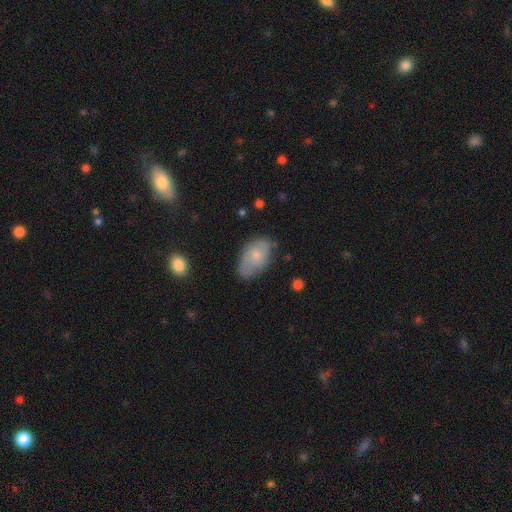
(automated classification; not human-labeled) smooth-or-featured: smooth: 58% | featured or disk: 35% | star or artifact: 7%
  how-rounded: in between: 91% | round: 7% | cigar-shaped: 2%
  merging: none: 60% | minor disturbance: 29% | major disturbance: 9% | merger: 2%